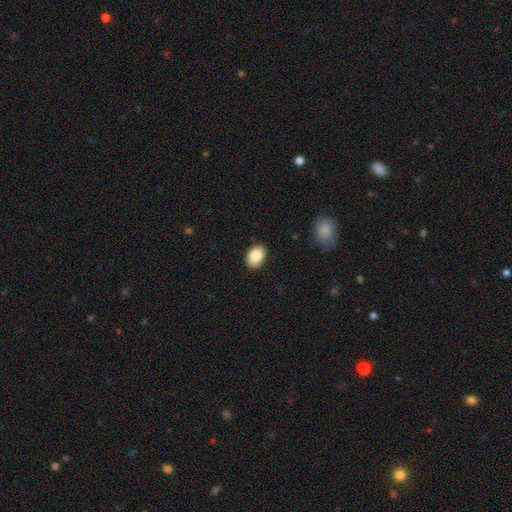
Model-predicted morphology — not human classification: A smooth galaxy with no disk features (86%) that is in between round and cigar-shaped (84%).

Vote fractions:
- Smooth or featured? smooth: 86% / star or artifact: 7% / featured or disk: 7%
- How rounded? in between: 84% / round: 15% / cigar-shaped: 1%
- Merging? none: 85% / minor disturbance: 12% / major disturbance: 2% / merger: 1%